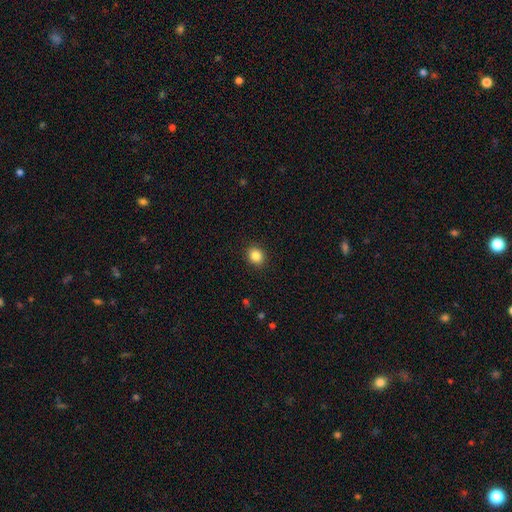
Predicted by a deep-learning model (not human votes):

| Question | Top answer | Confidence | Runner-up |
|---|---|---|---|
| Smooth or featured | smooth | 85% | star or artifact (10%) |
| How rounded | round | 68% | in between (31%) |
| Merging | none | 91% | minor disturbance (7%) |